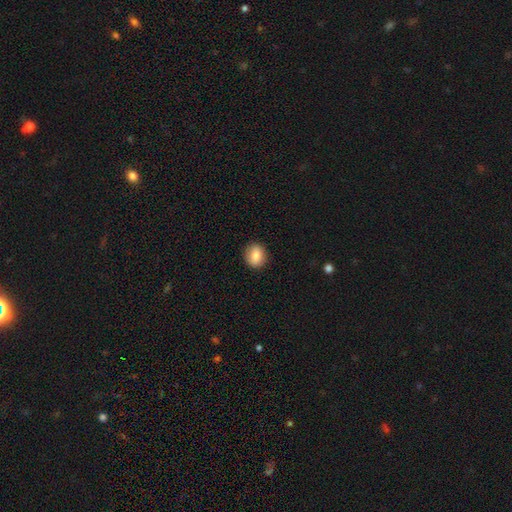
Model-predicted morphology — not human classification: Overall: smooth (83%). How rounded: round (74%). Merging: none (89%).